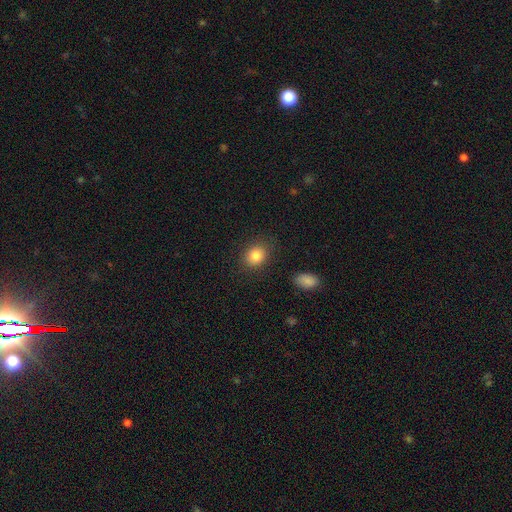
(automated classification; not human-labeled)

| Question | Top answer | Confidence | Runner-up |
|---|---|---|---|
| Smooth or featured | smooth | 84% | star or artifact (10%) |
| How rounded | round | 58% | in between (41%) |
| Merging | none | 86% | minor disturbance (10%) |